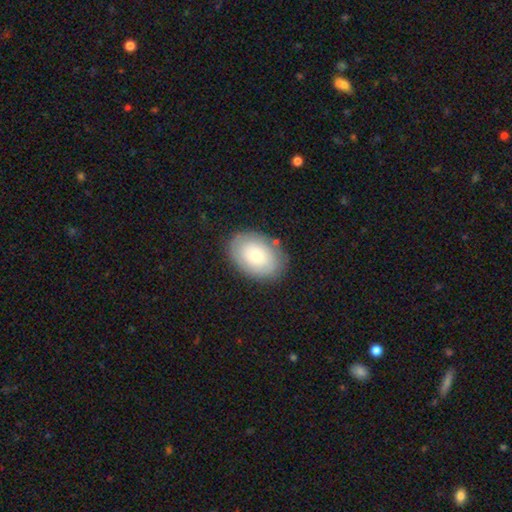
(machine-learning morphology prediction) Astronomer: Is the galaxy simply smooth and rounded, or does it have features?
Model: smooth — 63%.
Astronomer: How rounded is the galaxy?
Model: in between — 80%.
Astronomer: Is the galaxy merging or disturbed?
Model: none — 83%.